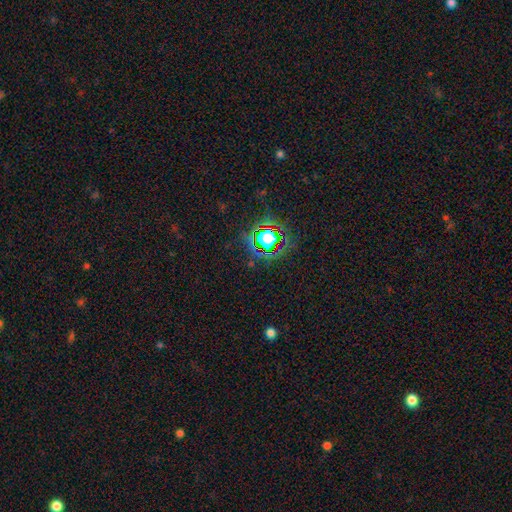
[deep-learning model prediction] Smooth or featured? Predicted: star or artifact (p=0.80).